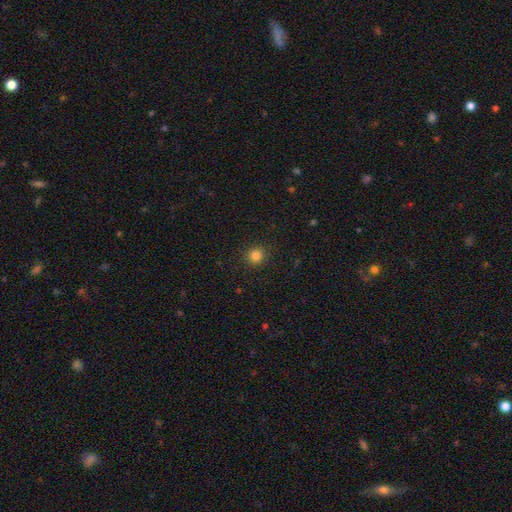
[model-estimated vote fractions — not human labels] Overall: smooth (83%). How rounded: round (90%). Merging: none (91%).